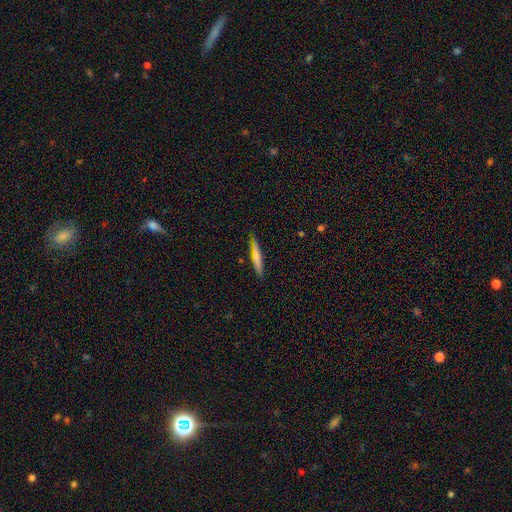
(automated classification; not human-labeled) Smooth or featured: smooth — 68% (featured or disk — 26%)
How rounded: cigar-shaped — 95% (in between — 4%)
Merging: none — 88% (minor disturbance — 9%)